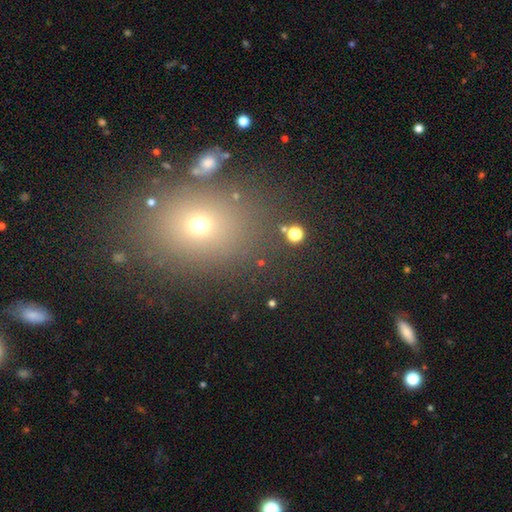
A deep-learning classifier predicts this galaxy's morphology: type=smooth (58%); roundness=round (52%); merging=none (84%).